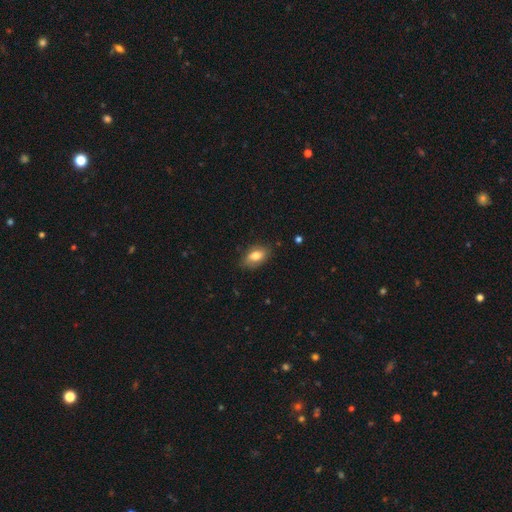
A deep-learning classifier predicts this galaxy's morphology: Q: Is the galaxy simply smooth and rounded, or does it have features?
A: smooth — 74%.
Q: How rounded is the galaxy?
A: in between — 90%.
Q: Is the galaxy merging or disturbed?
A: none — 78%.